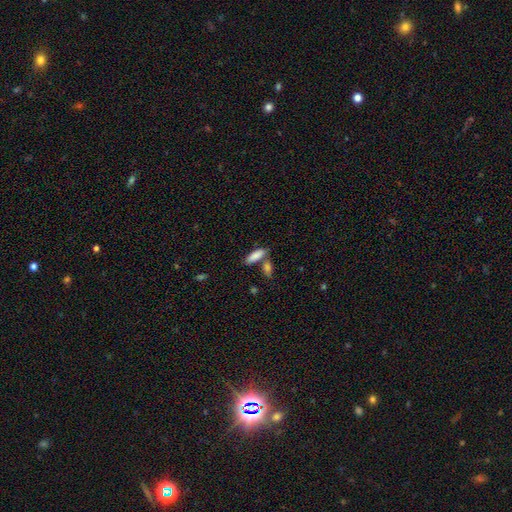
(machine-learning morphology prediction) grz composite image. It shows a smooth galaxy with no disk features (85%) that is in between round and cigar-shaped (62%). Merging: none (58%).